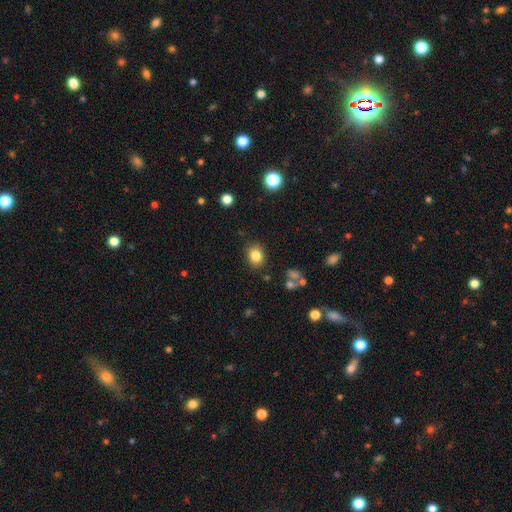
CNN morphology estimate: A smooth galaxy with no disk features (83%) that is round (61%).

Vote fractions:
- Smooth or featured? smooth: 83% / star or artifact: 11% / featured or disk: 6%
- How rounded? round: 61% / in between: 38% / cigar-shaped: 1%
- Merging? none: 85% / minor disturbance: 10% / major disturbance: 3% / merger: 2%